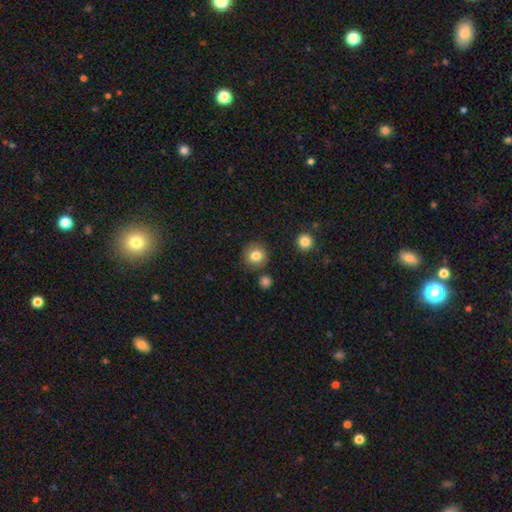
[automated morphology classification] The model was most divided on "smooth or featured": smooth: 83%, star or artifact: 10%, featured or disk: 7%. More confident: how rounded — round (90%); merging — none (86%).